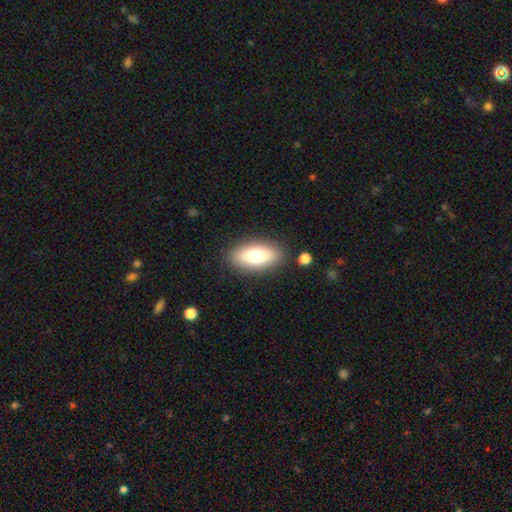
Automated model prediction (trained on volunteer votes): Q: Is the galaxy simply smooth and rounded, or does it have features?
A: smooth — 72%.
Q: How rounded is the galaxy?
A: in between — 85%.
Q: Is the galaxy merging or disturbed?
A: none — 86%.